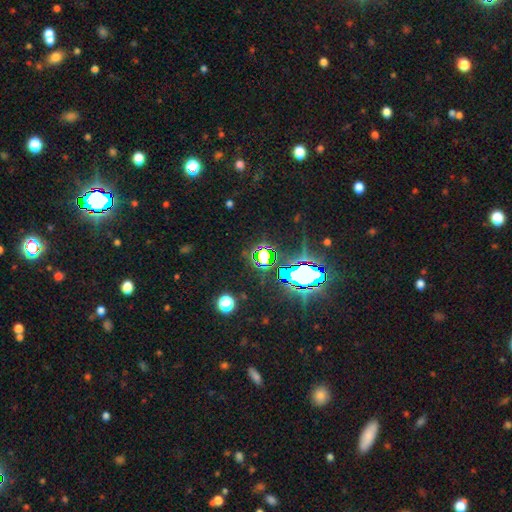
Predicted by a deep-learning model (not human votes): Smooth or featured? star or artifact (80%)